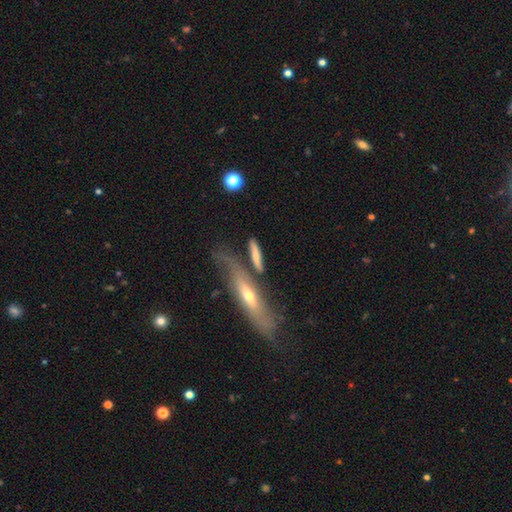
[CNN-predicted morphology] smooth_or_featured: smooth (p=0.64) [alt: featured or disk p=0.29]
how_rounded: cigar-shaped (p=0.75) [alt: in between p=0.21]
merging: none (p=0.54) [alt: merger p=0.20]